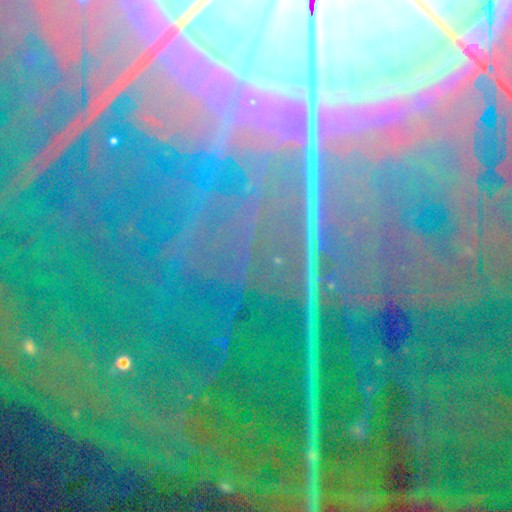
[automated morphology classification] Smooth or featured?
  - star or artifact: 86% *
  - featured or disk: 8%
  - smooth: 6%